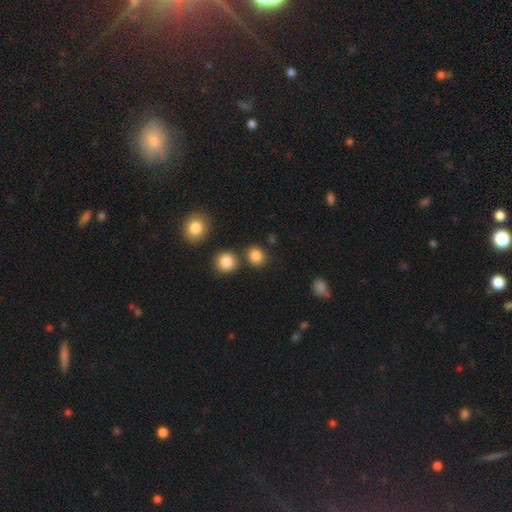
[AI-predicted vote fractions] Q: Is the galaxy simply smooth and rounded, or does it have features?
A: smooth — 84%.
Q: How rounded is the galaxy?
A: round — 79%.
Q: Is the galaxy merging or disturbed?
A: none — 78%.